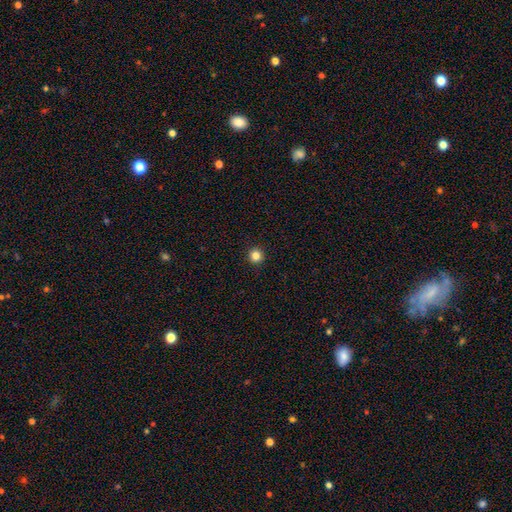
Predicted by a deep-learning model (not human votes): This is clearly a smooth galaxy (83%). How rounded: clearly round (96%). Merging: clearly none (94%).